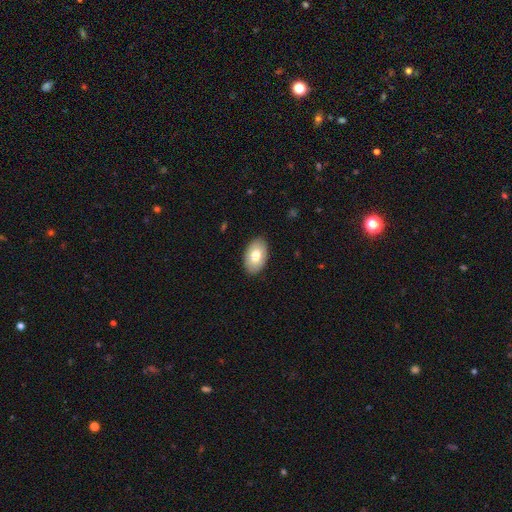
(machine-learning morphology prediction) smooth_or_featured: smooth (p=0.74) [alt: featured or disk p=0.20]
how_rounded: in between (p=0.92) [alt: round p=0.06]
merging: none (p=0.87) [alt: minor disturbance p=0.10]